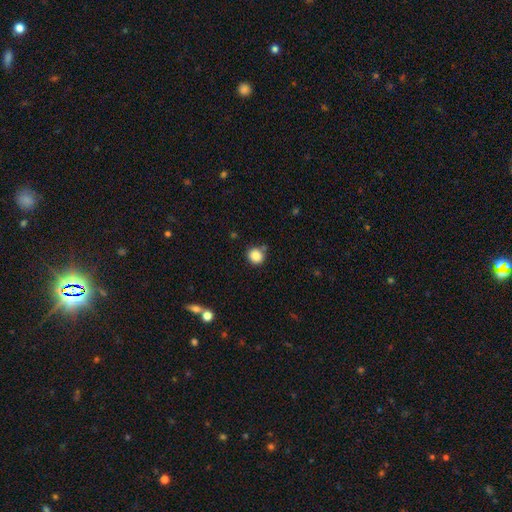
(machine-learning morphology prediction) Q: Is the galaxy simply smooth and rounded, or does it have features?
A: smooth — 87%.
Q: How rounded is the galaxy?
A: round — 88%.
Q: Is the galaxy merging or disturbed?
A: none — 78%.